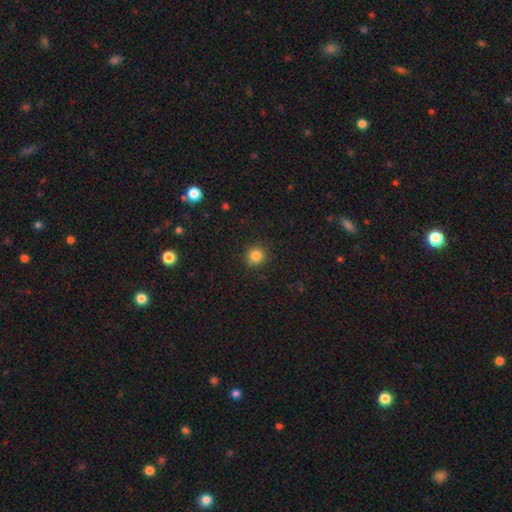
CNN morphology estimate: Overall: smooth (83%). How rounded: round (92%). Merging: none (88%).